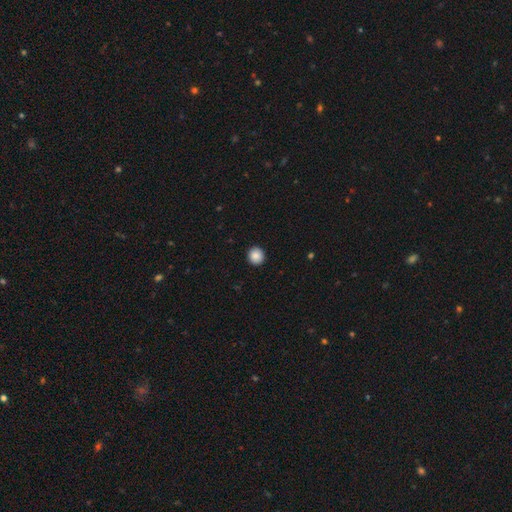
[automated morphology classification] smooth-or-featured: smooth: 88% | star or artifact: 9% | featured or disk: 3%
  how-rounded: round: 93% | in between: 7% | cigar-shaped: 1%
  merging: none: 93% | minor disturbance: 5% | major disturbance: 2% | merger: 1%